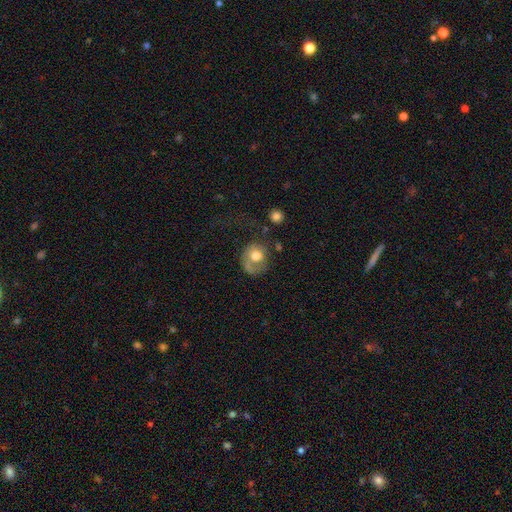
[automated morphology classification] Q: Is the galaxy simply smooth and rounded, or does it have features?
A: smooth — 55%.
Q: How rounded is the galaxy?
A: round — 70%.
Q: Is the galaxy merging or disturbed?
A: major disturbance — 37%.